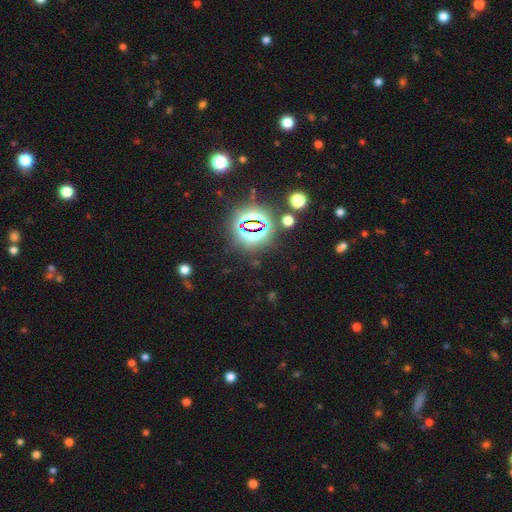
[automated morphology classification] Smooth or featured? star or artifact (81%)